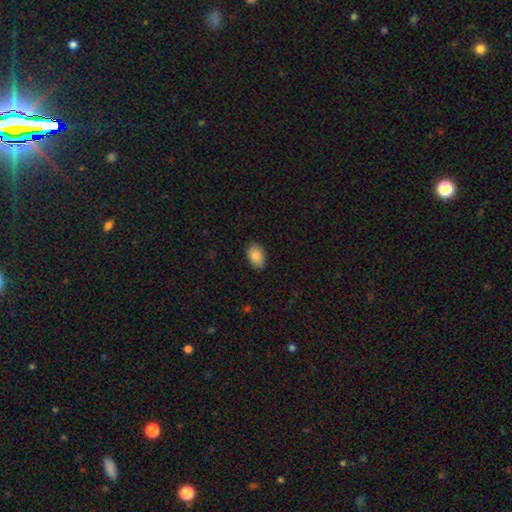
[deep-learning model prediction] This appears to be a smooth galaxy with no disk features (88%) that is in between round and cigar-shaped (90%). Merging: none (86%).